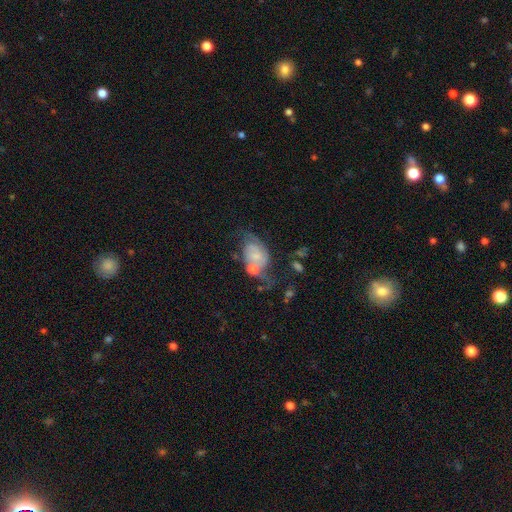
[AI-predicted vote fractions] A featured or disk galaxy (63%) with no bar (62%), 2 (78%) medium (43%) spiral arms (83%) and a small central bulge (53%). Merging: none (31%).